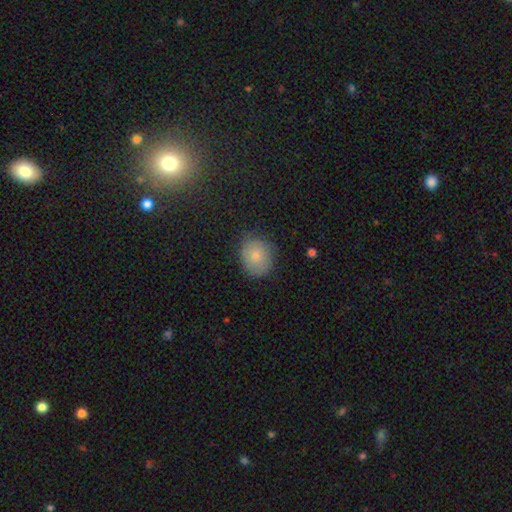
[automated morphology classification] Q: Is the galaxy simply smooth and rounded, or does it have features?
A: smooth — 78%.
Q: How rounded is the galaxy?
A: round — 68%.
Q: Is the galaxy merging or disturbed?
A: none — 75%.